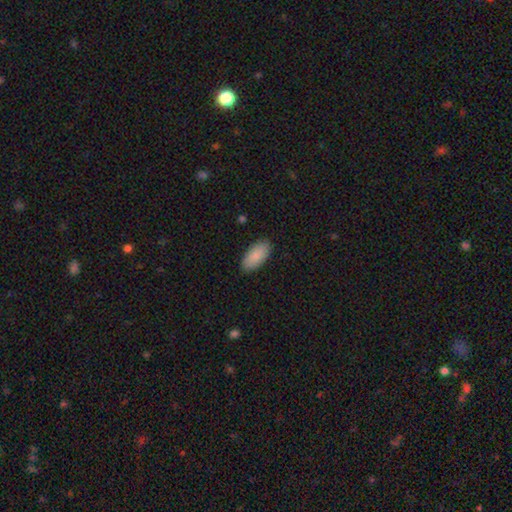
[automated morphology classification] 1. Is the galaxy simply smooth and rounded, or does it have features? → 89% smooth, 6% star or artifact, 5% featured or disk.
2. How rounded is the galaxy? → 93% in between, 5% cigar-shaped, 2% round.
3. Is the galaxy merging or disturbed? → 88% none, 9% minor disturbance, 2% major disturbance, 1% merger.